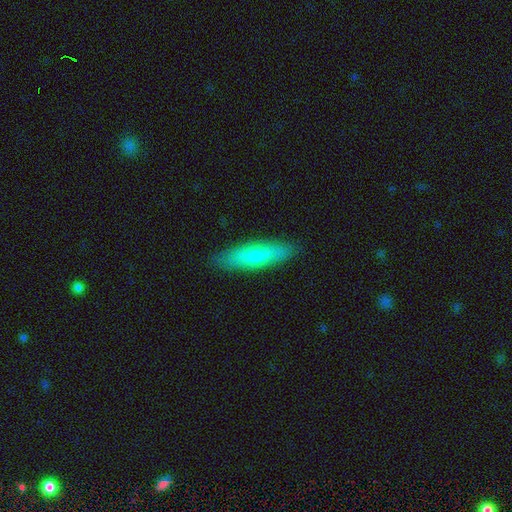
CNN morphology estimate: This appears to be a smooth galaxy with no disk features (63%) that is cigar-shaped (76%). Merging: none (90%).